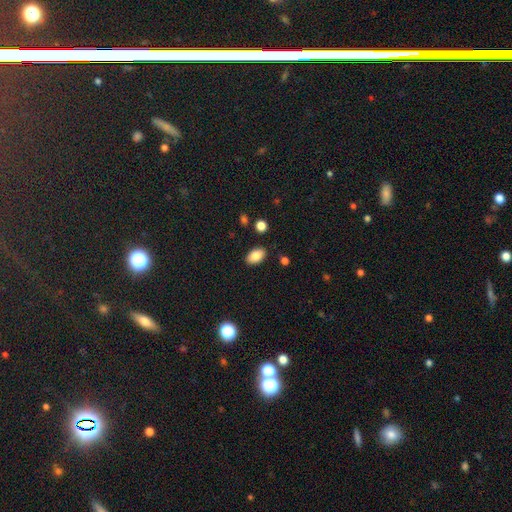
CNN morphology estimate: smooth-or-featured: smooth: 84% | star or artifact: 8% | featured or disk: 8%
  how-rounded: in between: 92% | round: 7% | cigar-shaped: 2%
  merging: none: 86% | minor disturbance: 9% | major disturbance: 2% | merger: 2%